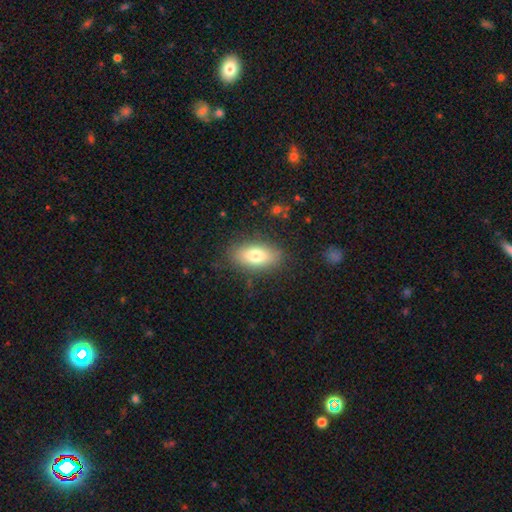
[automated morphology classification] This appears to be a smooth galaxy with no disk features (77%) that is in between round and cigar-shaped (86%). Merging: none (83%).